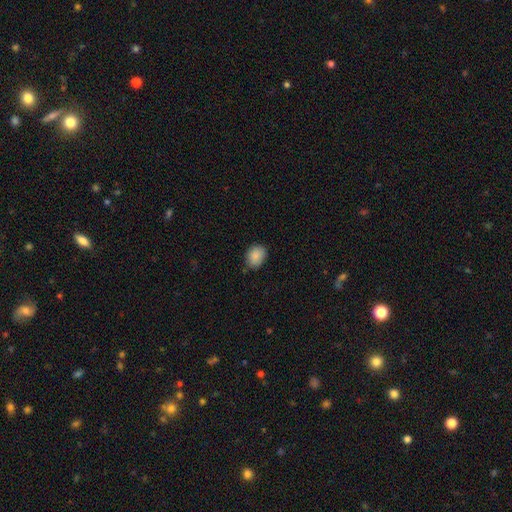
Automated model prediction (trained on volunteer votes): smooth_or_featured: smooth (p=0.88) [alt: star or artifact p=0.08]
how_rounded: in between (p=0.61) [alt: round p=0.38]
merging: none (p=0.81) [alt: minor disturbance p=0.15]